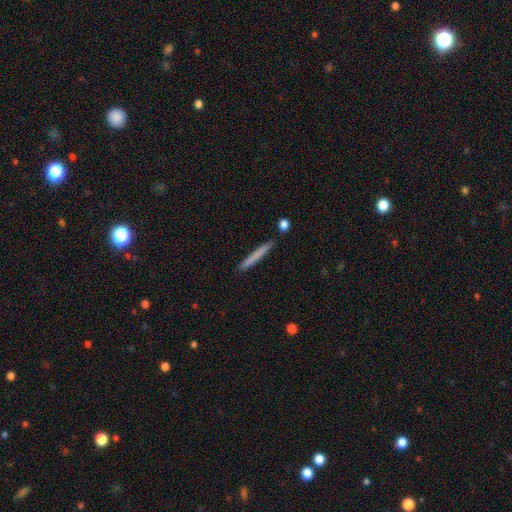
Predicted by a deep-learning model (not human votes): smooth-or-featured: smooth: 72% | featured or disk: 22% | star or artifact: 6%
  how-rounded: cigar-shaped: 96% | in between: 2% | round: 1%
  merging: none: 89% | minor disturbance: 7% | merger: 3% | major disturbance: 2%